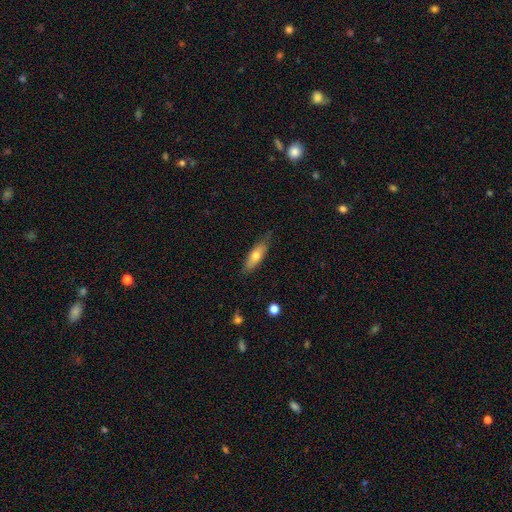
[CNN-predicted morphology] The model was most divided on "how rounded": in between: 53%, cigar-shaped: 44%, round: 3%. More confident: merging — none (75%); smooth or featured — smooth (67%).